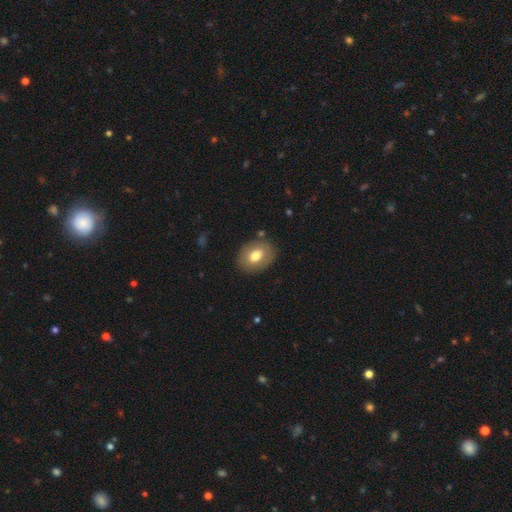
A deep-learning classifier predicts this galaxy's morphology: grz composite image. It shows a smooth galaxy with no disk features (71%) that is in between round and cigar-shaped (67%). Merging: none (83%).